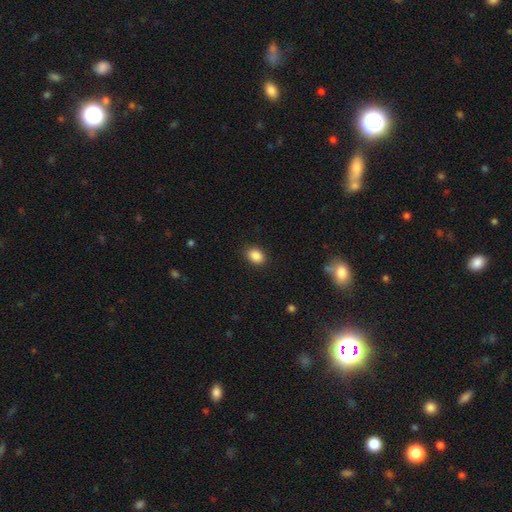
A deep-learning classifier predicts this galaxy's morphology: The model was most divided on "how rounded": in between: 74%, round: 25%, cigar-shaped: 1%. More confident: smooth or featured — smooth (88%); merging — none (88%).